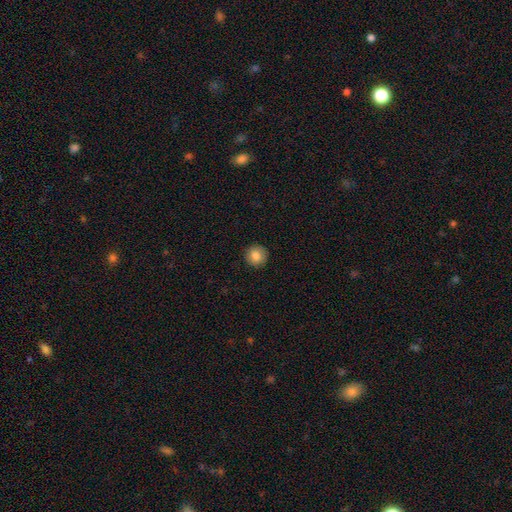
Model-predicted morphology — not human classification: Smooth or featured?
  - smooth: 85% *
  - star or artifact: 9%
  - featured or disk: 6%
How rounded?
  - round: 94% *
  - in between: 5%
  - cigar-shaped: 1%
Merging?
  - none: 92% *
  - minor disturbance: 6%
  - major disturbance: 2%
  - merger: 1%